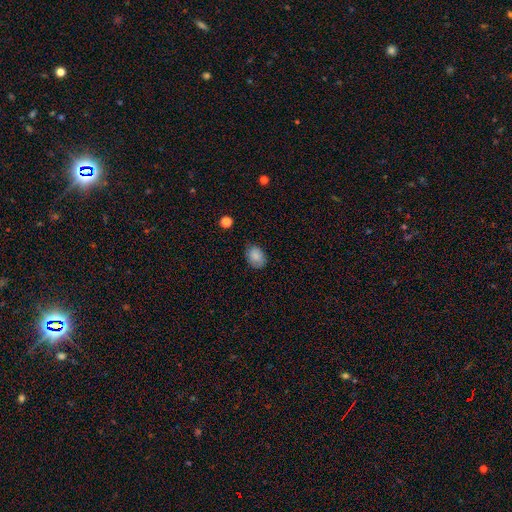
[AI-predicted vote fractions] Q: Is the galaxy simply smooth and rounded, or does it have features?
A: smooth — 84%.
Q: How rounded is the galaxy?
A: in between — 68%.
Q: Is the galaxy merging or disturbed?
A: none — 77%.